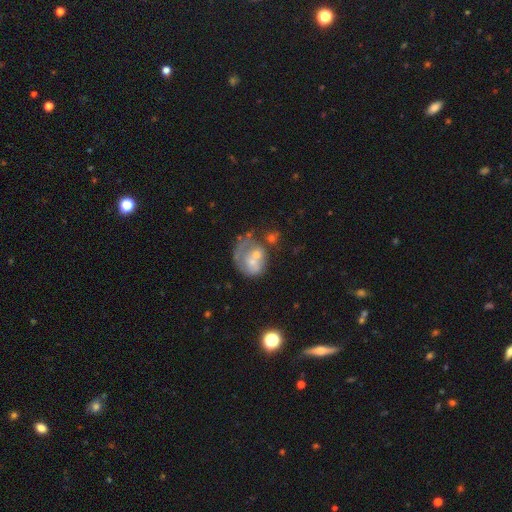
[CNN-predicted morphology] A featured or disk galaxy (59%) with no bar (80%), no spiral arms (56%) and a small central bulge (50%).

Vote fractions:
- Smooth or featured? featured or disk: 59% / smooth: 29% / star or artifact: 12%
- Edge-on disk? no: 97% / yes: 3%
- Bar? no: 80% / weak: 16% / strong: 3%
- Spiral arms? no: 56% / yes: 44%
- Bulge size? small: 50% / moderate: 33% / none: 13% / large: 3% / dominant: 2%
- Merging? merger: 29% / none: 28% / major disturbance: 25% / minor disturbance: 17%